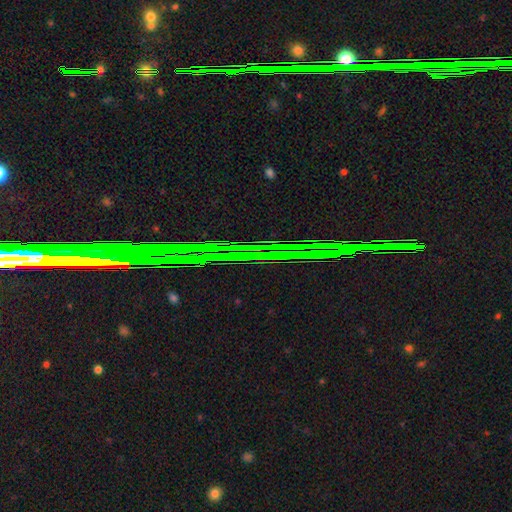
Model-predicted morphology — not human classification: The model was most divided on "smooth or featured": star or artifact: 81%, featured or disk: 10%, smooth: 8%.